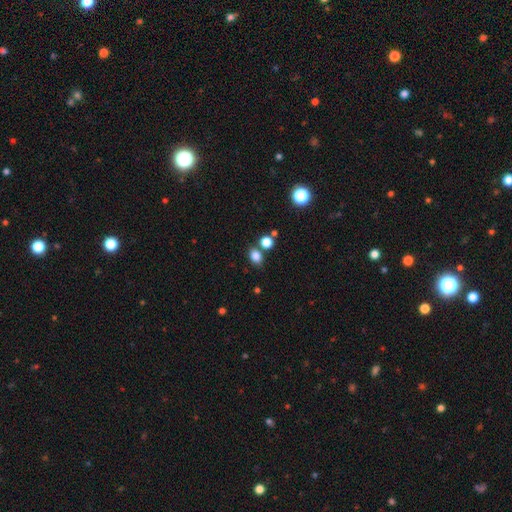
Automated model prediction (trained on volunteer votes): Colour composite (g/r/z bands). It shows a smooth galaxy with no disk features (81%) that is in between round and cigar-shaped (57%). Merging: none (70%).